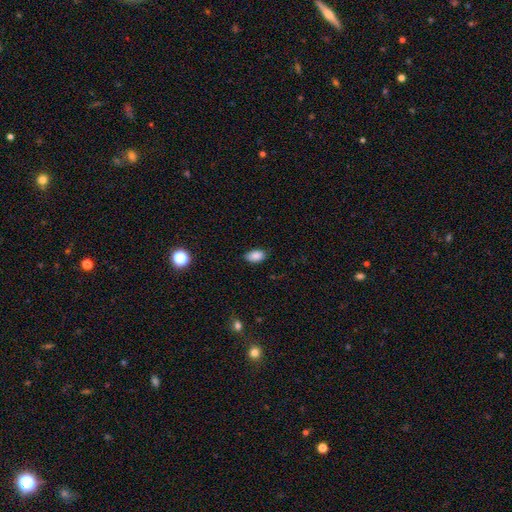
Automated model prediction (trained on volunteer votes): This appears to be a smooth galaxy with no disk features (87%) that is in between round and cigar-shaped (91%). Merging: none (79%).